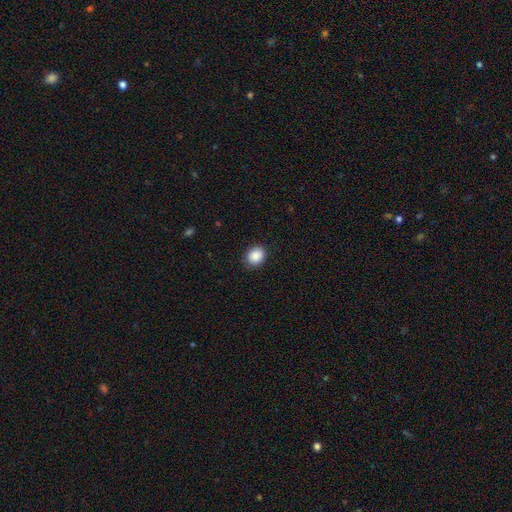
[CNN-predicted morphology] This is clearly a smooth galaxy (88%). How rounded: likely round (62%). Merging: clearly none (87%).